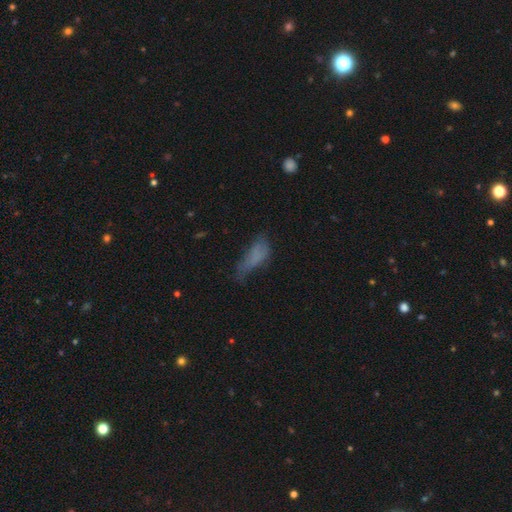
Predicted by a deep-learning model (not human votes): The model was most divided on "merging": none: 34%, minor disturbance: 33%, major disturbance: 29%, merger: 3%. More confident: smooth or featured — smooth (67%); how rounded — in between (66%).